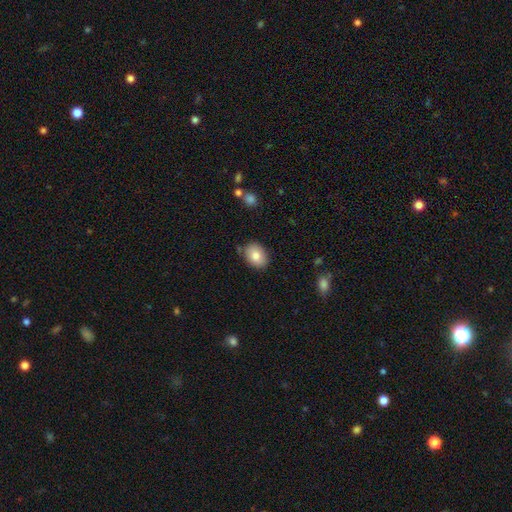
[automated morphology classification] smooth-or-featured: smooth: 82% | featured or disk: 10% | star or artifact: 8%
  how-rounded: in between: 73% | round: 26% | cigar-shaped: 1%
  merging: none: 80% | minor disturbance: 14% | merger: 3% | major disturbance: 3%